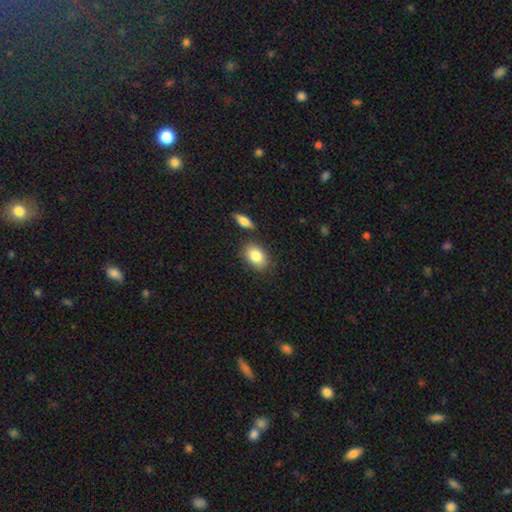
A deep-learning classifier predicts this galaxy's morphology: A smooth galaxy with no disk features (84%) that is in between round and cigar-shaped (83%). Merging: none (77%).